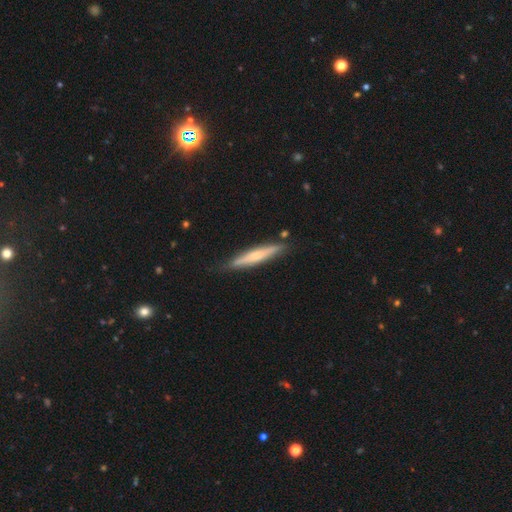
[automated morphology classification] Smooth or featured: smooth — 51% (featured or disk — 44%)
How rounded: cigar-shaped — 93% (in between — 6%)
Merging: none — 81% (minor disturbance — 14%)